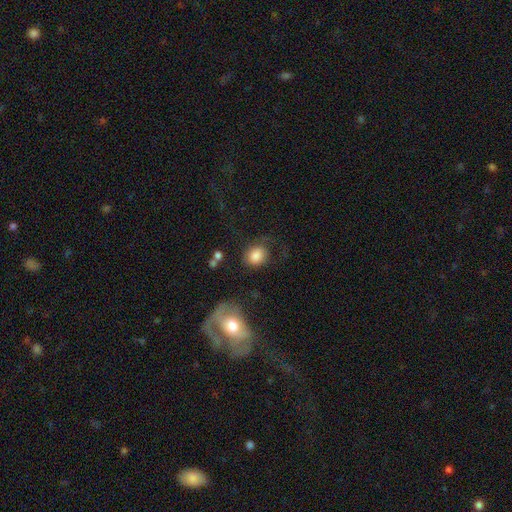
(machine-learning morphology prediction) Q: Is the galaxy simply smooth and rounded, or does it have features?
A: smooth — 80%.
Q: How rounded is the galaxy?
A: round — 57%.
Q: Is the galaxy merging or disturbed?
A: none — 60%.